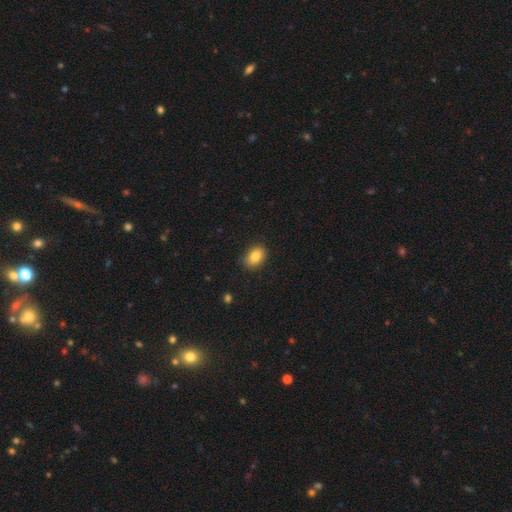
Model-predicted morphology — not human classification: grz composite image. It shows a smooth galaxy with no disk features (83%) that is in between round and cigar-shaped (77%). Merging: none (82%).